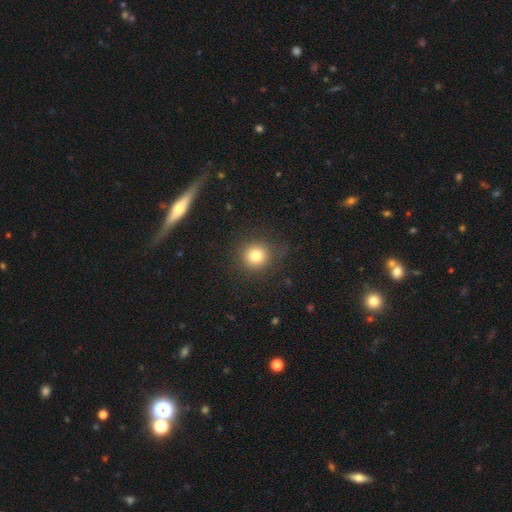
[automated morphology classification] smooth-or-featured: smooth: 81% | star or artifact: 12% | featured or disk: 7%
  how-rounded: round: 92% | in between: 7% | cigar-shaped: 1%
  merging: none: 87% | minor disturbance: 8% | major disturbance: 4% | merger: 1%